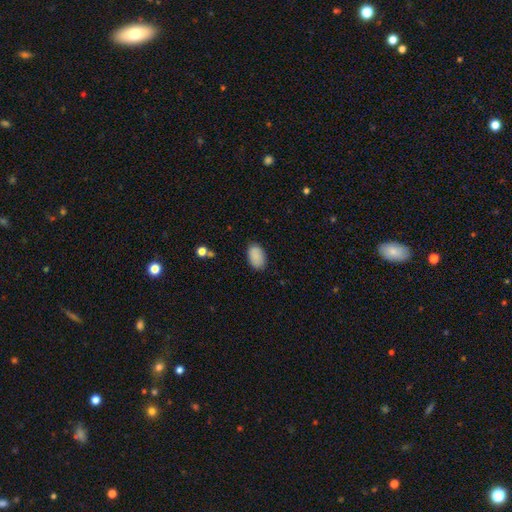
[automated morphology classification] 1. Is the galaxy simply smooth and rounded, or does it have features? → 89% smooth, 7% star or artifact, 4% featured or disk.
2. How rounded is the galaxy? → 91% in between, 8% round, 1% cigar-shaped.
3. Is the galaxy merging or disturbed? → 83% none, 13% minor disturbance, 3% major disturbance, 1% merger.